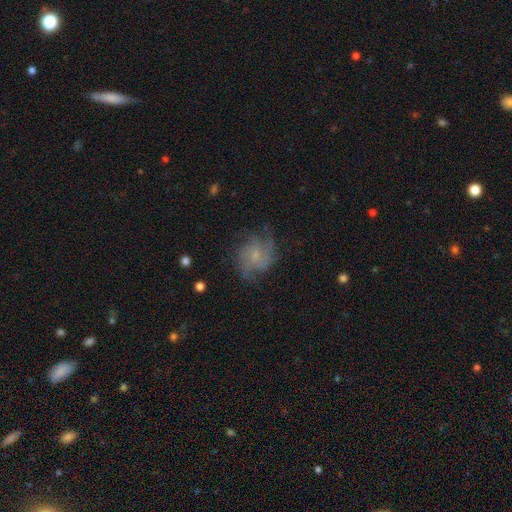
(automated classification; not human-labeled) Smooth or featured? featured or disk (66%)
Edge-on disk? no (97%)
Bar? no (68%)
Spiral arms? yes (88%)
Spiral winding? medium (48%)
Spiral arm count? 2 (33%)
Bulge size? small (58%)
Merging? none (64%)